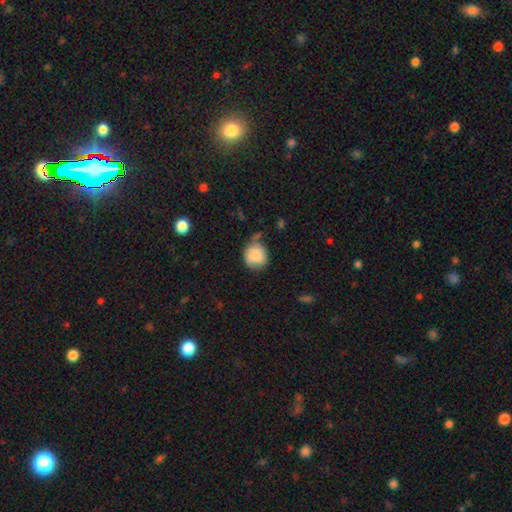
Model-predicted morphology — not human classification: Overall: smooth (83%). How rounded: round (80%). Merging: none (57%; minor disturbance 30%).